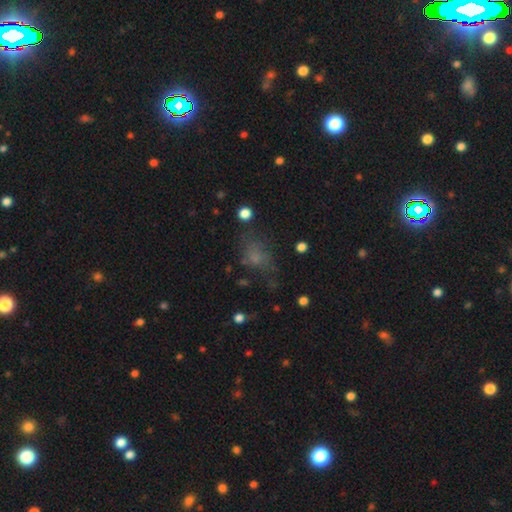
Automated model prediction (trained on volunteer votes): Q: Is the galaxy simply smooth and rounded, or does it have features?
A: smooth — 60%.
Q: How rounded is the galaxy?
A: in between — 65%.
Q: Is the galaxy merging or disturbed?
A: none — 50%.